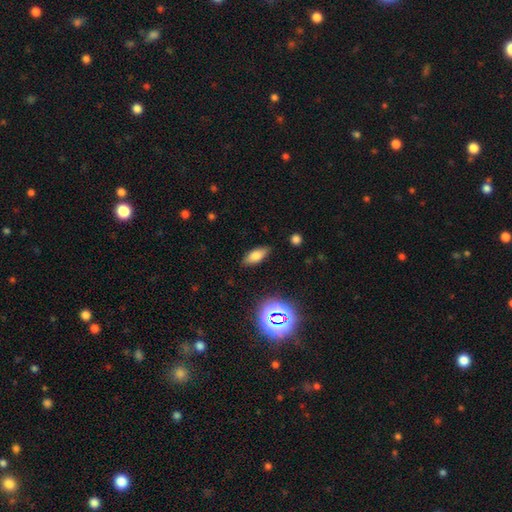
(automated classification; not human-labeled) Q: Smooth or featured?
A: smooth (72%); runner-up: featured or disk (15%)
Q: How rounded?
A: in between (77%); runner-up: cigar-shaped (19%)
Q: Merging?
A: none (85%); runner-up: minor disturbance (11%)